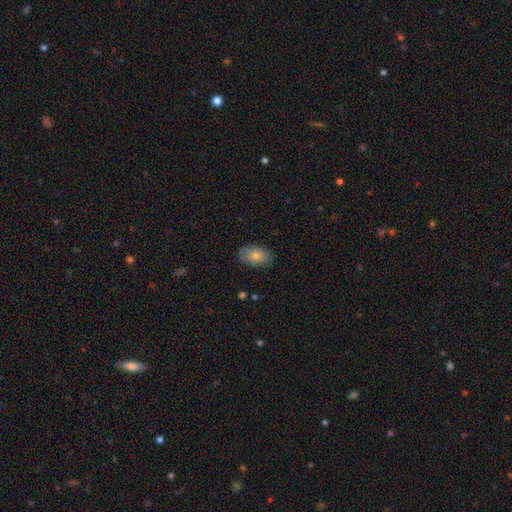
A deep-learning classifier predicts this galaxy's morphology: Smooth or featured? Predicted: smooth (p=0.82). How rounded? Predicted: in between (p=0.90). Merging? Predicted: none (p=0.83).